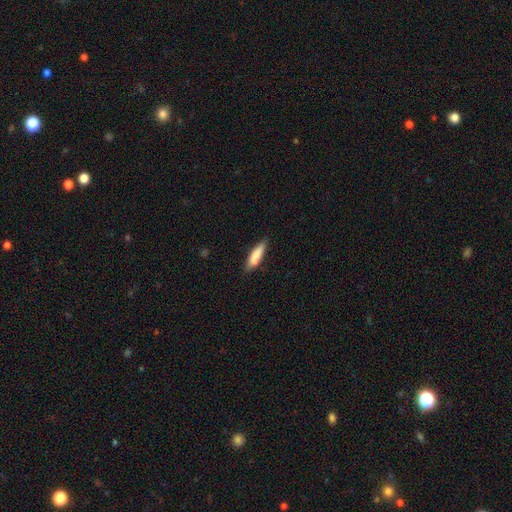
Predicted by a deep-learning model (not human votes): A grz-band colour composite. It shows a smooth galaxy with no disk features (82%) that is cigar-shaped (67%). Merging: none (78%).